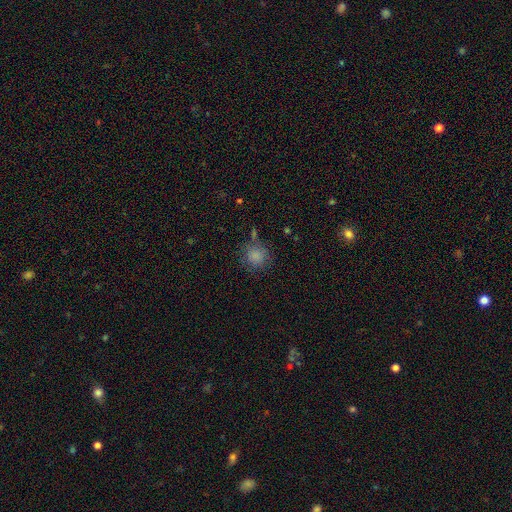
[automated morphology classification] smooth 84%, star or artifact 10%, featured or disk 6%. Down the decision tree: how rounded — round (90%); merging — none (72%).